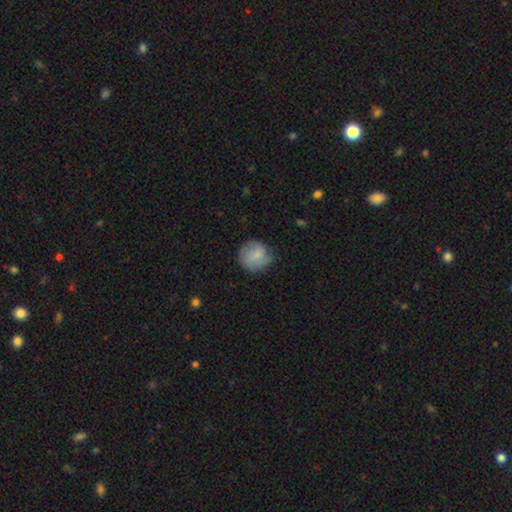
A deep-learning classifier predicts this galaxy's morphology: This appears to be a smooth galaxy with no disk features (73%) that is round (88%). Merging: none (70%).